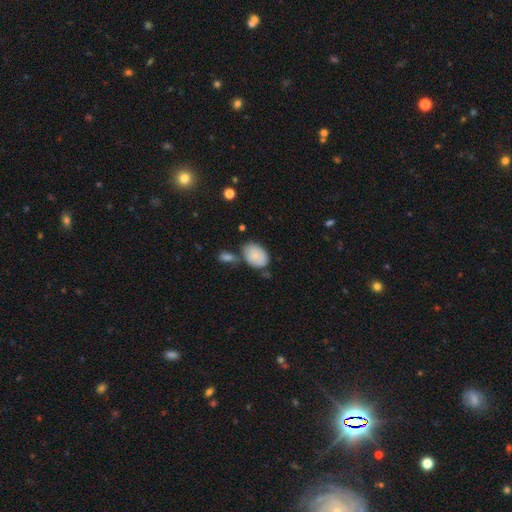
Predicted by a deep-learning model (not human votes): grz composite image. It shows a smooth galaxy with no disk features (85%) that is in between round and cigar-shaped (84%). Merging: none (55%).